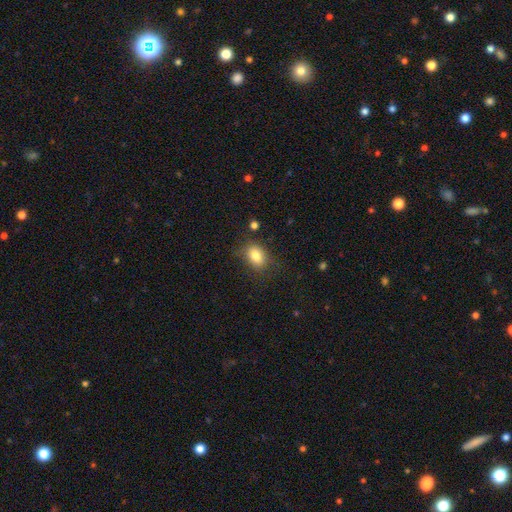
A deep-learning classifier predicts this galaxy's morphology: Smooth or featured?
  - smooth: 82% *
  - star or artifact: 9%
  - featured or disk: 9%
How rounded?
  - in between: 76% *
  - round: 22%
  - cigar-shaped: 1%
Merging?
  - none: 70% *
  - minor disturbance: 20%
  - major disturbance: 7%
  - merger: 3%